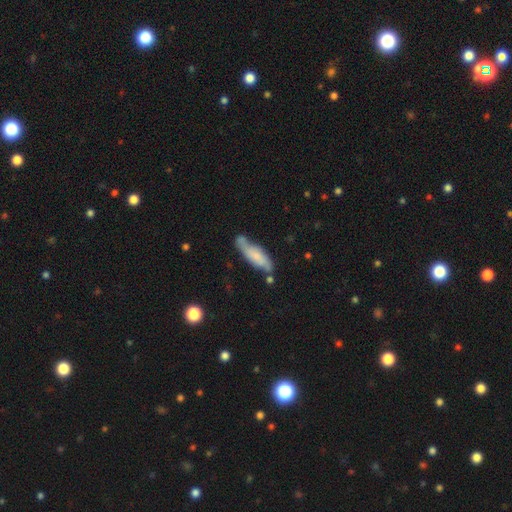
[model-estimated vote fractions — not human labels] Smooth or featured? smooth (54%)
How rounded? cigar-shaped (54%)
Merging? none (55%)